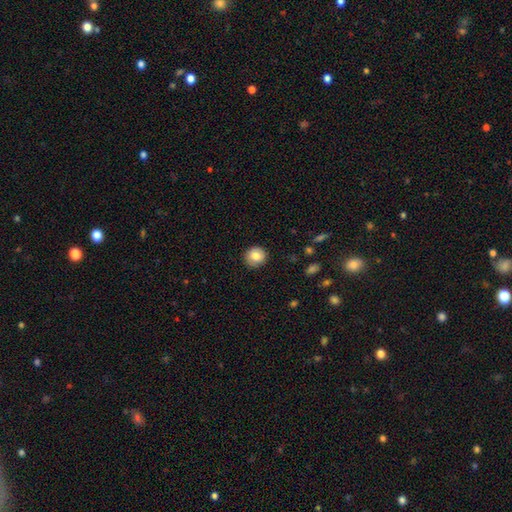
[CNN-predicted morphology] smooth_or_featured: smooth (p=0.83) [alt: star or artifact p=0.09]
how_rounded: round (p=0.90) [alt: in between p=0.09]
merging: none (p=0.88) [alt: minor disturbance p=0.09]